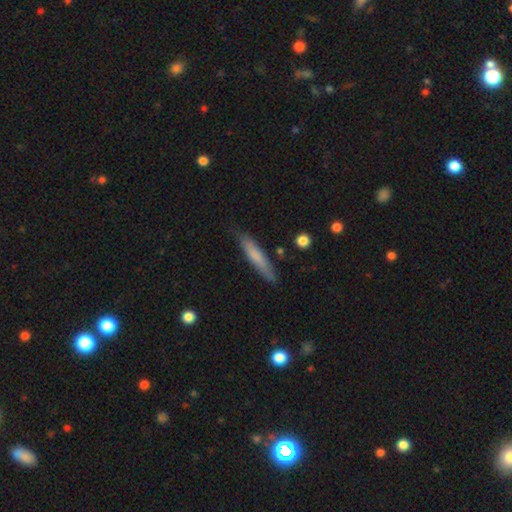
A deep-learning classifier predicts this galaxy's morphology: Q: Smooth or featured?
A: smooth (69%); runner-up: featured or disk (26%)
Q: How rounded?
A: cigar-shaped (90%); runner-up: in between (9%)
Q: Merging?
A: none (82%); runner-up: minor disturbance (14%)